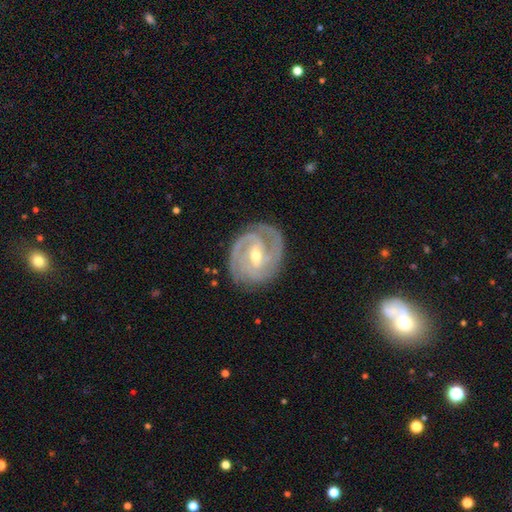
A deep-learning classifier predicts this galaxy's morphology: Smooth or featured?
  - featured or disk: 90% *
  - smooth: 6%
  - star or artifact: 5%
Edge-on disk?
  - no: 97% *
  - yes: 3%
Bar?
  - weak: 47% *
  - strong: 36%
  - no: 17%
Spiral arms?
  - yes: 97% *
  - no: 3%
Spiral winding?
  - tight: 63% *
  - medium: 32%
  - loose: 5%
Spiral arm count?
  - 2: 57% *
  - 3: 22%
  - can't tell: 10%
  - 1: 4%
  - 4: 4%
  - more than 4: 3%
Bulge size?
  - moderate: 55% *
  - small: 42%
  - large: 2%
  - none: 1%
  - dominant: 1%
Merging?
  - none: 81% *
  - minor disturbance: 14%
  - major disturbance: 4%
  - merger: 1%